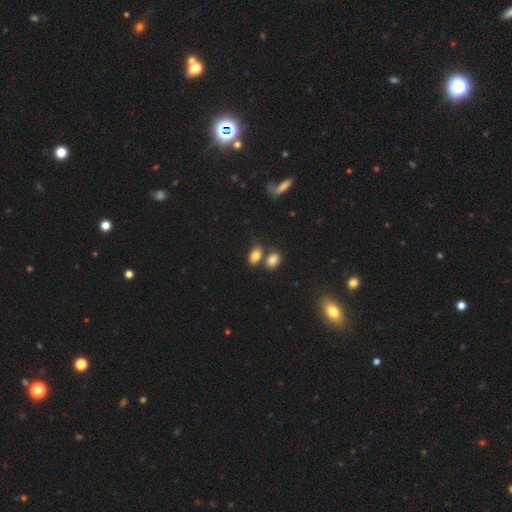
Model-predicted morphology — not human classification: smooth_or_featured: smooth (p=0.82) [alt: star or artifact p=0.10]
how_rounded: in between (p=0.86) [alt: round p=0.12]
merging: none (p=0.54) [alt: merger p=0.30]